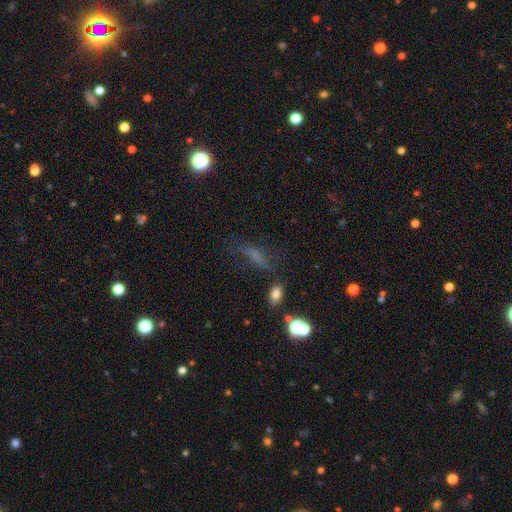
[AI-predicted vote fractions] Smooth or featured: smooth — 53% (featured or disk — 24%)
How rounded: cigar-shaped — 46% (tied with in between — 46%)
Merging: none — 51% (minor disturbance — 22%)